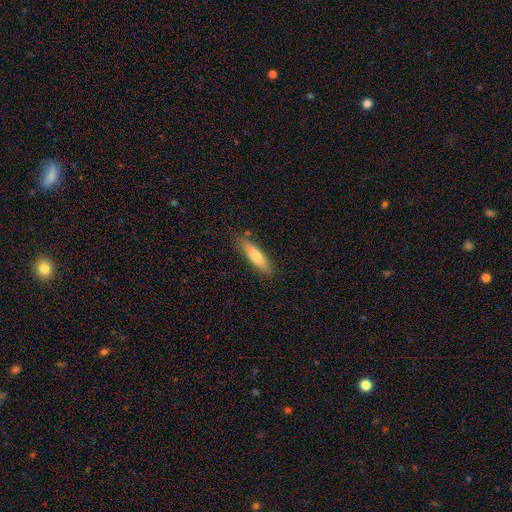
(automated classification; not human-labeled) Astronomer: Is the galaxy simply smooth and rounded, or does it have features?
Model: smooth — 71%.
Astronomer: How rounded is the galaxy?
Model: cigar-shaped — 74%.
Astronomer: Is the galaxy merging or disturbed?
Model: none — 83%.